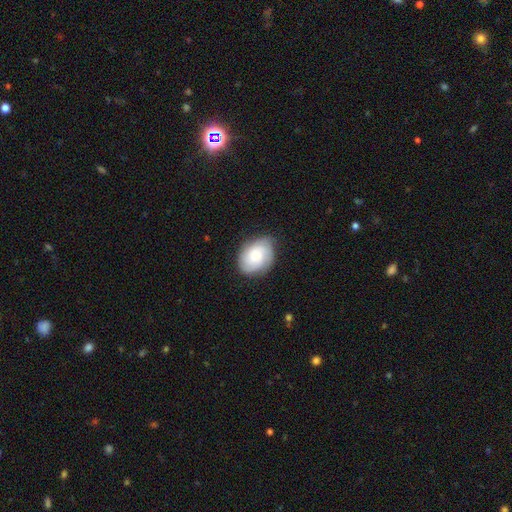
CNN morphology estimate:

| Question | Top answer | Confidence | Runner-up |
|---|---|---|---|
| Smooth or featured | smooth | 52% | featured or disk (41%) |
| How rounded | in between | 70% | round (29%) |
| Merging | none | 73% | minor disturbance (21%) |